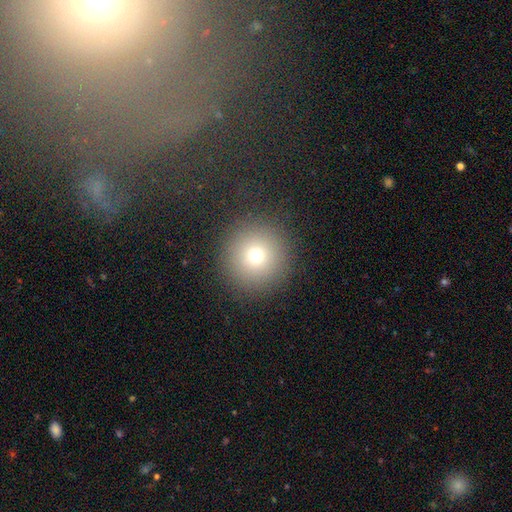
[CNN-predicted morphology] Smooth or featured? Predicted: smooth (p=0.73). How rounded? Predicted: round (p=0.95). Merging? Predicted: none (p=0.90).